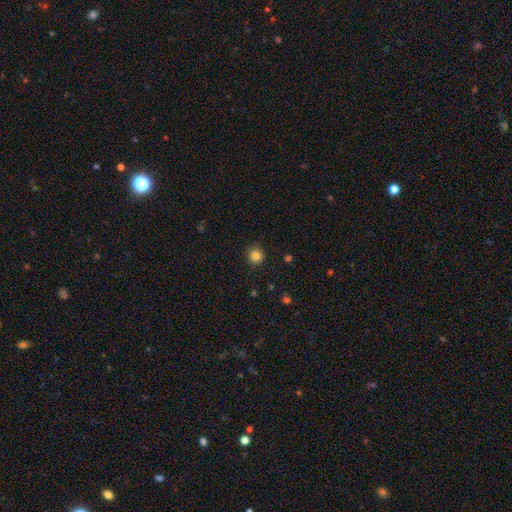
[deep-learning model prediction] Morphology: type=smooth (84%); roundness=round (91%); merging=none (89%).